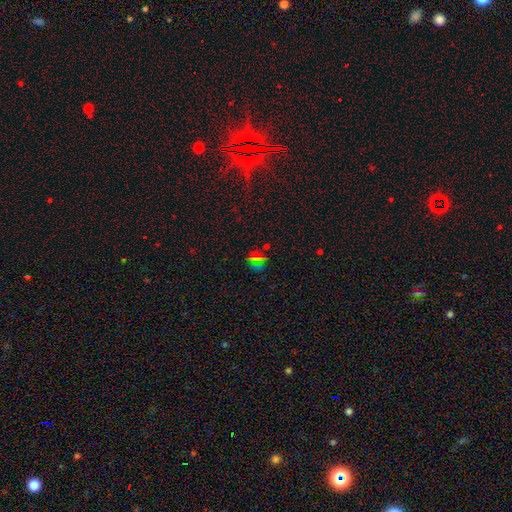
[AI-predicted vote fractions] Smooth or featured?
  - star or artifact: 47% *
  - smooth: 43%
  - featured or disk: 10%